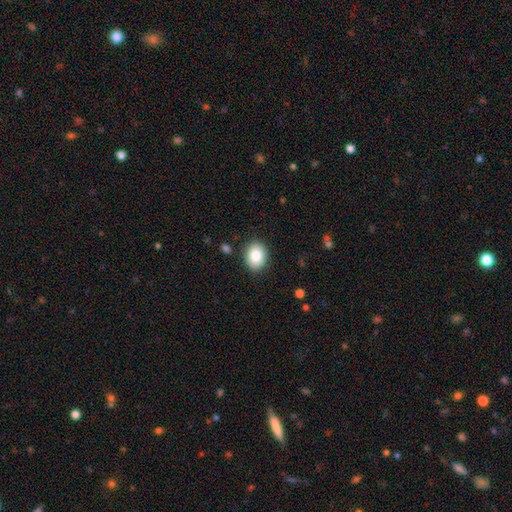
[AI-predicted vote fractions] A smooth galaxy with no disk features (84%) that is in between round and cigar-shaped (58%). Merging: none (88%).